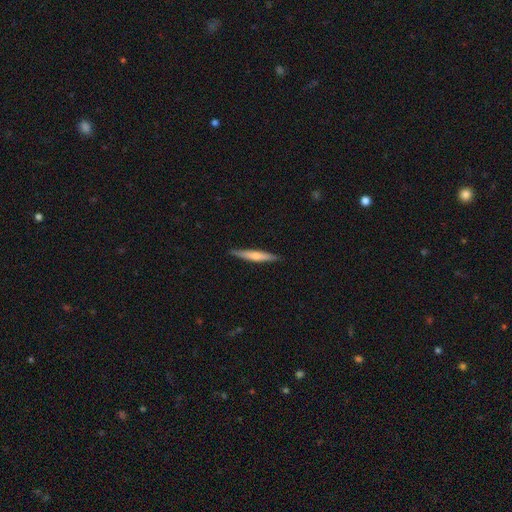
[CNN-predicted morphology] Smooth or featured: smooth — 54% (featured or disk — 40%)
How rounded: cigar-shaped — 93% (in between — 5%)
Merging: none — 89% (minor disturbance — 9%)